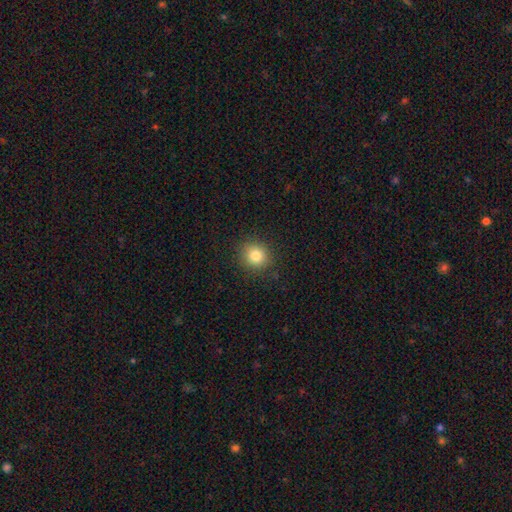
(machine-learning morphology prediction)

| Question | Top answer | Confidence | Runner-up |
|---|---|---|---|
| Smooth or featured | smooth | 81% | star or artifact (12%) |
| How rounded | round | 89% | in between (11%) |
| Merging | none | 91% | minor disturbance (6%) |